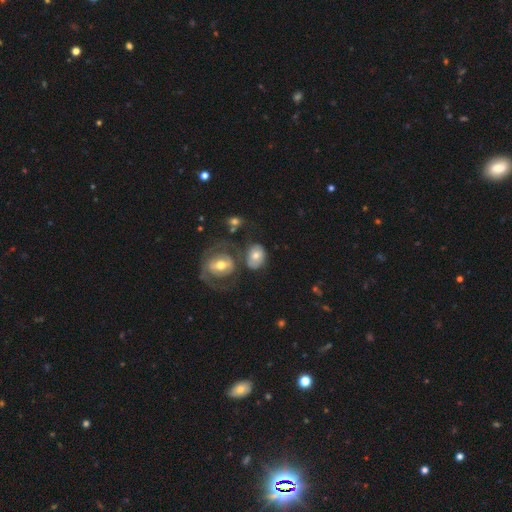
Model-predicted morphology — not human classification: A smooth galaxy with no disk features (55%) that is in between round and cigar-shaped (54%). Merging: none (46%).